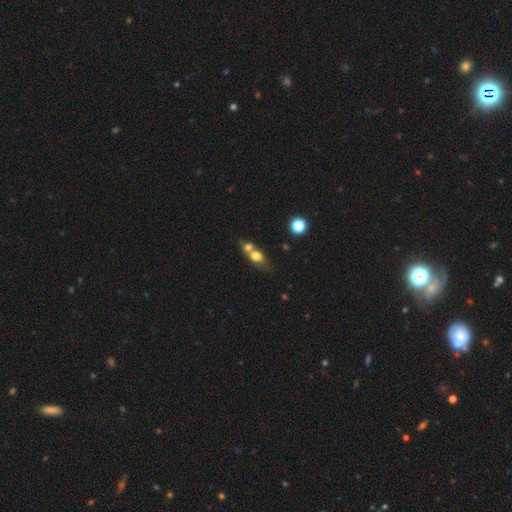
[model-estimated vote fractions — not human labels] smooth-or-featured: smooth: 70% | featured or disk: 19% | star or artifact: 11%
  how-rounded: in between: 54% | round: 40% | cigar-shaped: 6%
  merging: merger: 60% | none: 27% | minor disturbance: 9% | major disturbance: 5%